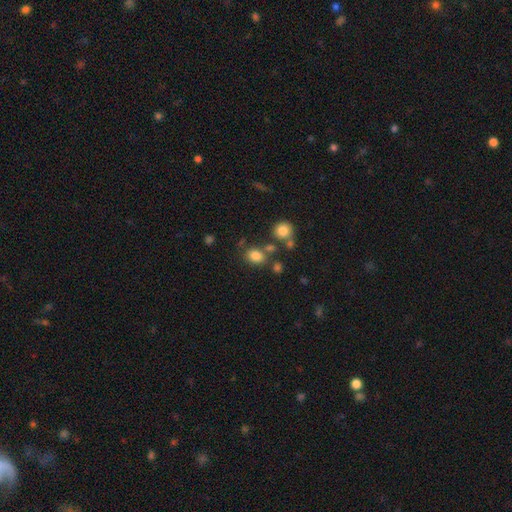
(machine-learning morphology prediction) This is clearly a smooth galaxy (81%). How rounded: possibly in between (53%). Merging: likely none (69%).